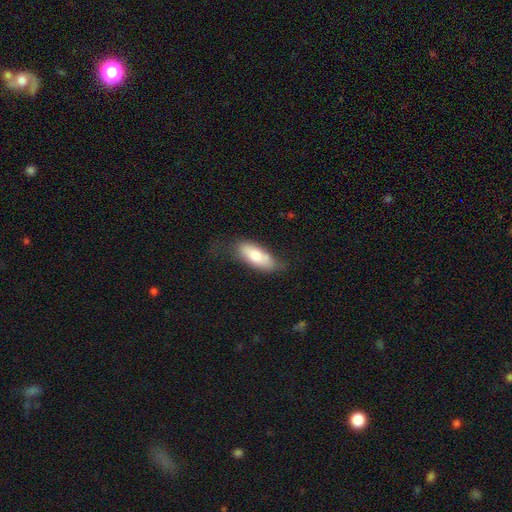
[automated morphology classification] smooth-or-featured: smooth: 74% | featured or disk: 20% | star or artifact: 6%
  how-rounded: in between: 75% | cigar-shaped: 23% | round: 2%
  merging: none: 61% | minor disturbance: 27% | major disturbance: 10% | merger: 2%